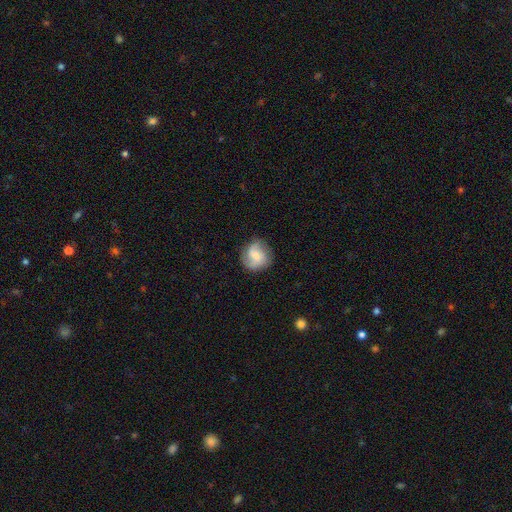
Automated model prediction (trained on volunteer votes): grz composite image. It shows a featured or disk galaxy (50%). Merging: none (74%).